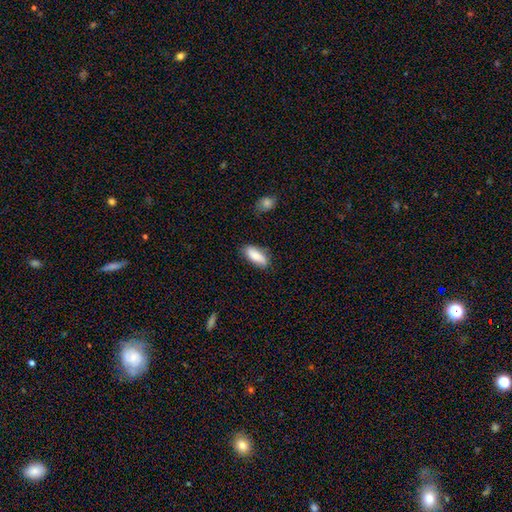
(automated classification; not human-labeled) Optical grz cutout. It shows a smooth galaxy with no disk features (81%) that is in between round and cigar-shaped (78%). Merging: none (80%).